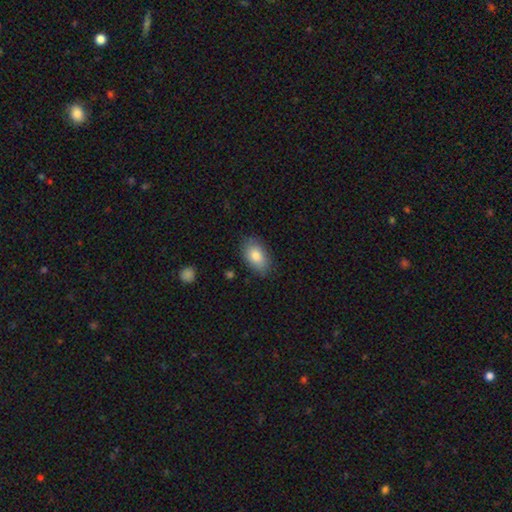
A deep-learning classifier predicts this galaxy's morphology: smooth 83%, featured or disk 10%, star or artifact 7%. Down the decision tree: how rounded — in between (91%); merging — none (81%).